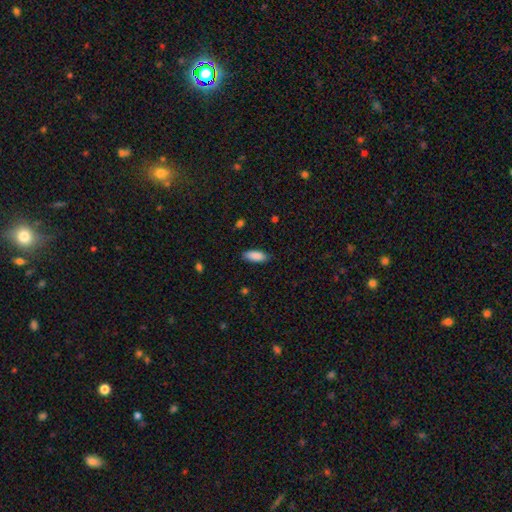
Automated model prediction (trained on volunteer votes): Smooth or featured? smooth (88%)
How rounded? in between (76%)
Merging? none (82%)